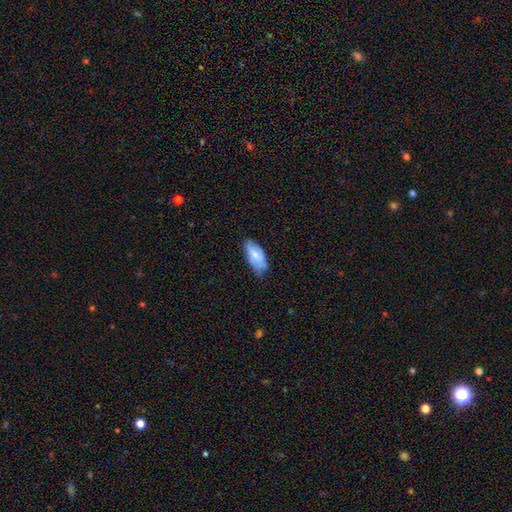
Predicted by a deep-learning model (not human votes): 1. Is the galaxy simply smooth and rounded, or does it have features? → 72% smooth, 21% featured or disk, 7% star or artifact.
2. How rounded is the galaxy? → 90% in between, 8% cigar-shaped, 2% round.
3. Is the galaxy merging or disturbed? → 56% none, 35% minor disturbance, 7% major disturbance, 2% merger.